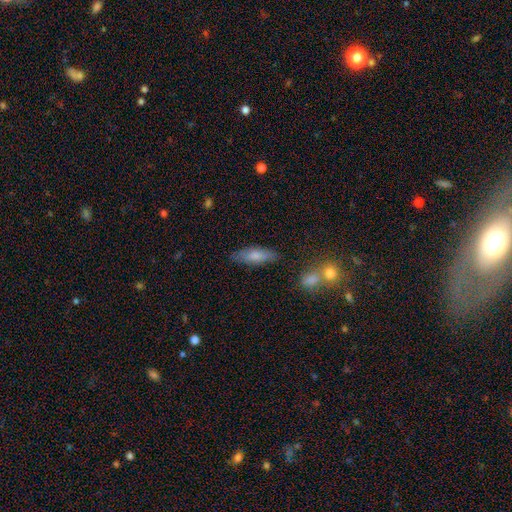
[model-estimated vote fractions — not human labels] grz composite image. It shows a smooth galaxy with no disk features (75%) that is in between round and cigar-shaped (52%). Merging: none (78%).